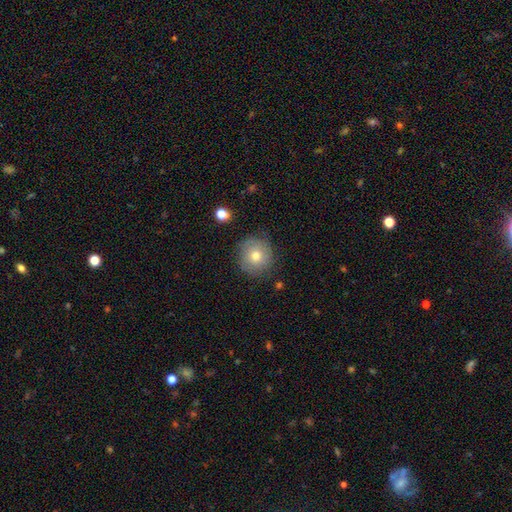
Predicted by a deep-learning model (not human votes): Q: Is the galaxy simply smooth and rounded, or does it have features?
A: smooth — 67%.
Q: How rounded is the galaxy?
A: round — 93%.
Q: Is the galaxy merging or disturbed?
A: none — 82%.